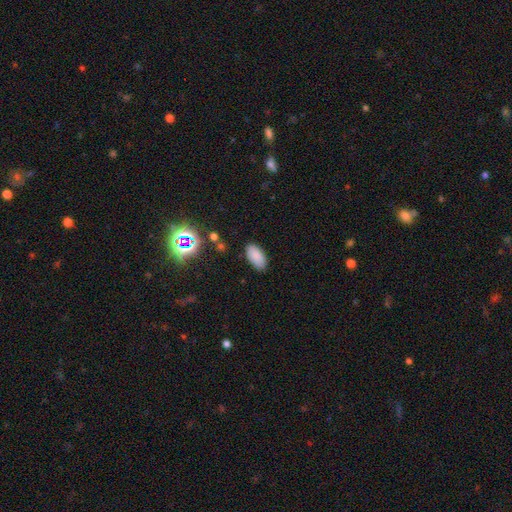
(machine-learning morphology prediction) This appears to be a smooth galaxy with no disk features (84%) that is in between round and cigar-shaped (94%). Merging: none (85%).